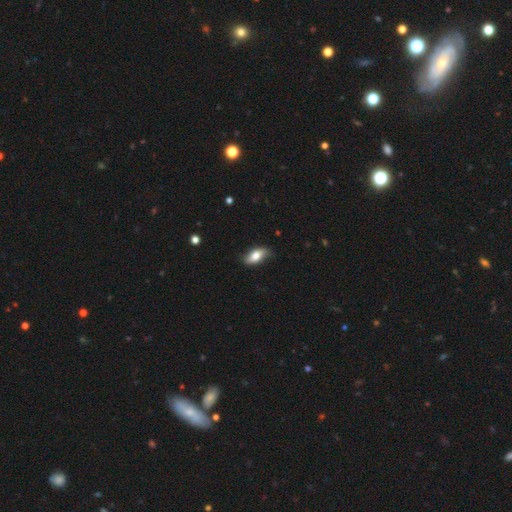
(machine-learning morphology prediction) Q: Smooth or featured?
A: smooth (71%); runner-up: featured or disk (22%)
Q: How rounded?
A: in between (86%); runner-up: cigar-shaped (10%)
Q: Merging?
A: none (77%); runner-up: minor disturbance (18%)